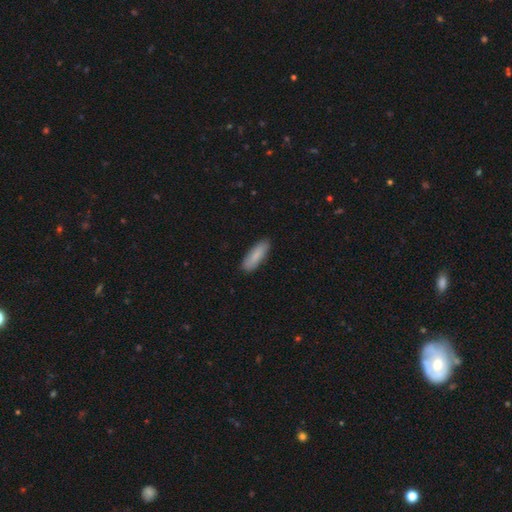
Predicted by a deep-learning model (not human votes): smooth-or-featured: smooth: 86% | featured or disk: 9% | star or artifact: 6%
  how-rounded: in between: 52% | cigar-shaped: 46% | round: 2%
  merging: none: 88% | minor disturbance: 9% | major disturbance: 2% | merger: 1%